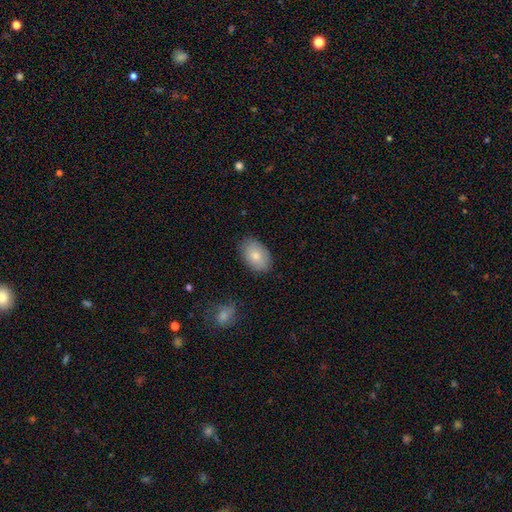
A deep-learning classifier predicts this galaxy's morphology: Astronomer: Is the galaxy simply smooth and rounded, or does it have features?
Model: smooth — 80%.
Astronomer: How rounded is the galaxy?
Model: in between — 89%.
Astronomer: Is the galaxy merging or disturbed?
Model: none — 84%.